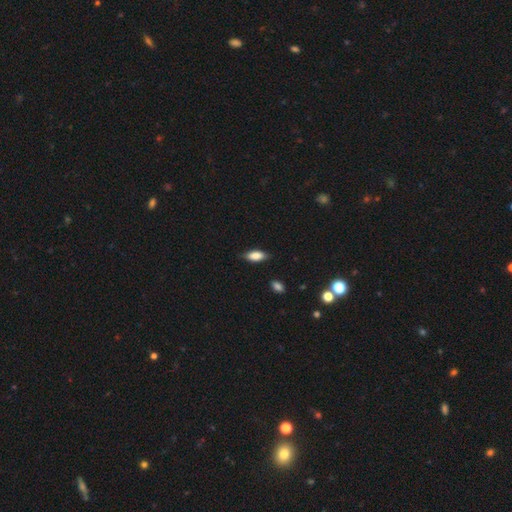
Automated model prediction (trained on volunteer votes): Smooth or featured? Predicted: smooth (p=0.84). How rounded? Predicted: in between (p=0.83). Merging? Predicted: none (p=0.82).